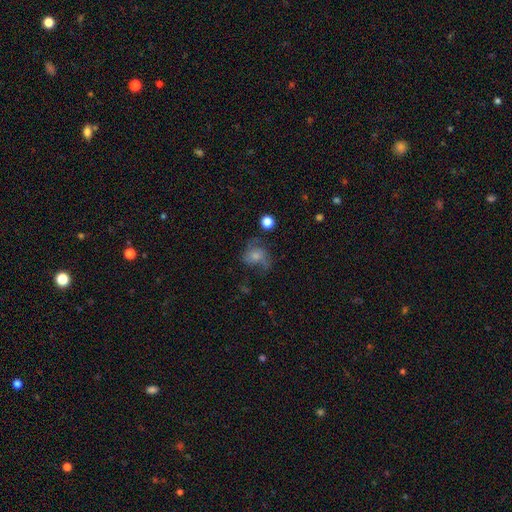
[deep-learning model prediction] Smooth or featured? smooth (53%)
How rounded? round (53%)
Merging? none (41%)